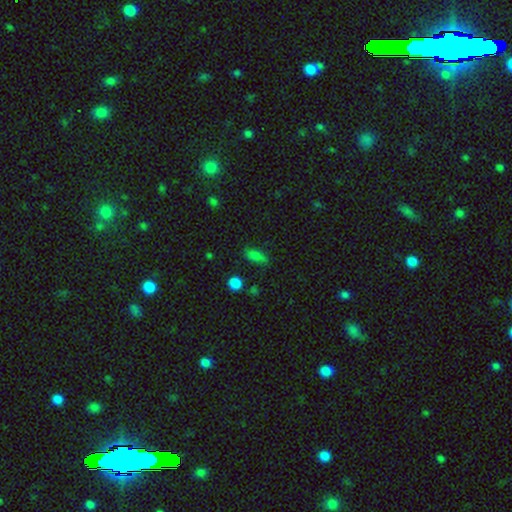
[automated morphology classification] type=smooth (77%); roundness=in between (74%); merging=none (70%).